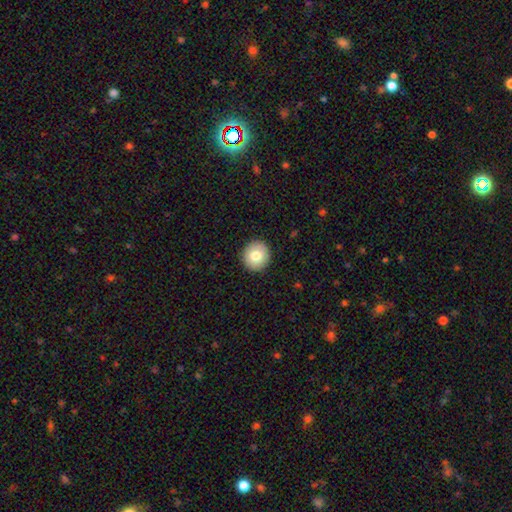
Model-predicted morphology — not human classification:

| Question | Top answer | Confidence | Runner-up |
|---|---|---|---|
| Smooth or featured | smooth | 79% | featured or disk (13%) |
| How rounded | round | 91% | in between (8%) |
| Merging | none | 92% | minor disturbance (5%) |